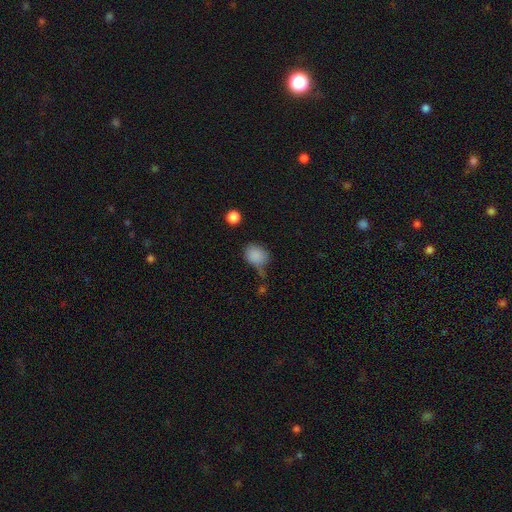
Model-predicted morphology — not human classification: smooth_or_featured: smooth (p=0.85) [alt: star or artifact p=0.10]
how_rounded: round (p=0.52) [alt: in between p=0.47]
merging: none (p=0.46) [alt: minor disturbance p=0.32]